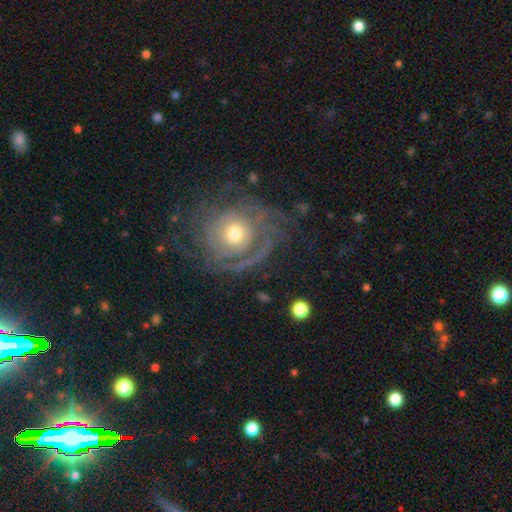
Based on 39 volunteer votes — A featured or disk galaxy (87%) with no bar (81%), tight (85%) spiral arms (84%) and a moderate central bulge (65%).

Vote fractions:
- Smooth or featured? featured or disk: 87% / smooth: 8% / star or artifact: 5%
- Edge-on disk? no: 91% / yes: 9%
- Bar? no: 81% / weak: 16% / strong: 3%
- Spiral arms? yes: 84% / no: 16%
- Spiral winding? tight: 85% / medium: 12% / loose: 4%
- Spiral arm count? can't tell: 46% / more than 4: 23% / 2: 12% / 4: 12% / 3: 8% / 1: 0%
- Bulge size? moderate: 65% / small: 19% / large: 10% / none: 6% / dominant: 0%
- Merging? none: 57% / major disturbance: 22% / minor disturbance: 19% / merger: 3%